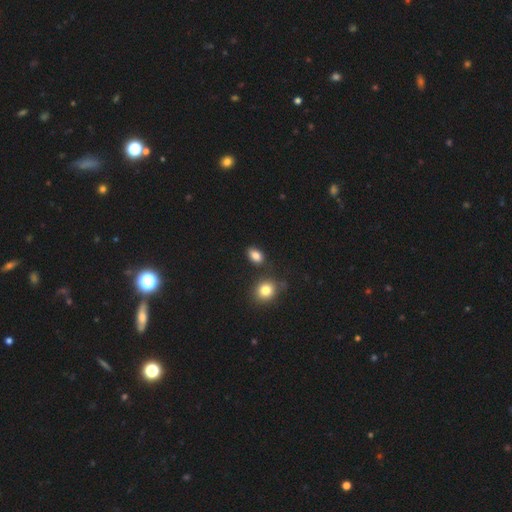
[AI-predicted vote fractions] smooth-or-featured: smooth: 84% | star or artifact: 10% | featured or disk: 6%
  how-rounded: in between: 82% | round: 15% | cigar-shaped: 2%
  merging: none: 78% | minor disturbance: 12% | merger: 7% | major disturbance: 3%